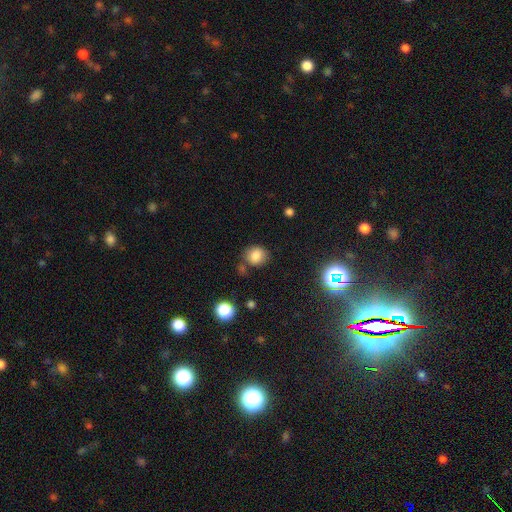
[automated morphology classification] A smooth galaxy with no disk features (82%) that is round (78%). Merging: none (72%).